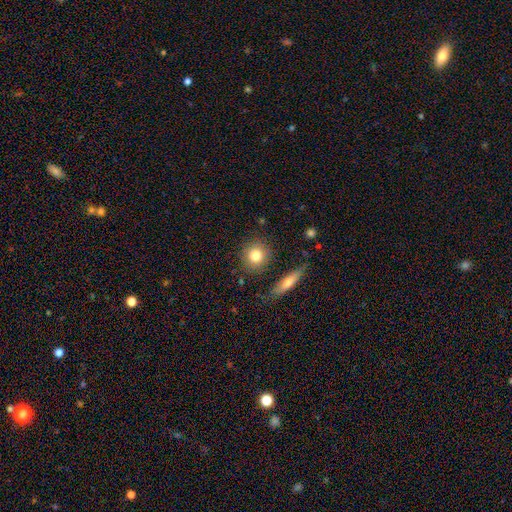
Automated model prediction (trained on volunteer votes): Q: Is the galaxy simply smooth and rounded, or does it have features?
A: smooth — 81%.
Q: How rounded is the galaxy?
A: round — 83%.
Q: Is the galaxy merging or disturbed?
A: none — 82%.